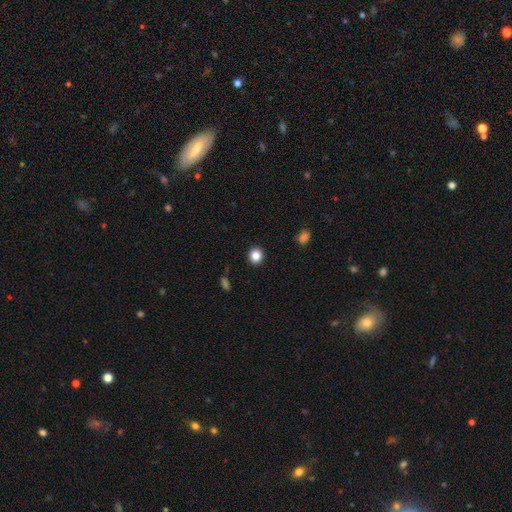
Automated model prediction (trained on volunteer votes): A smooth galaxy with no disk features (85%) that is round (86%). Merging: none (92%).